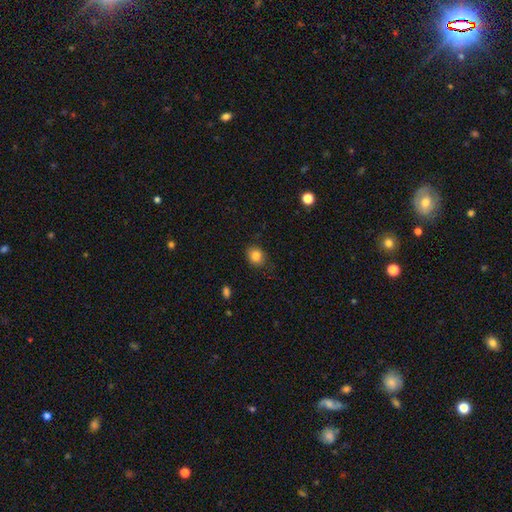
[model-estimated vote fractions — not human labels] smooth 84%, star or artifact 10%, featured or disk 6%. Down the decision tree: how rounded — round (64%); merging — none (83%).